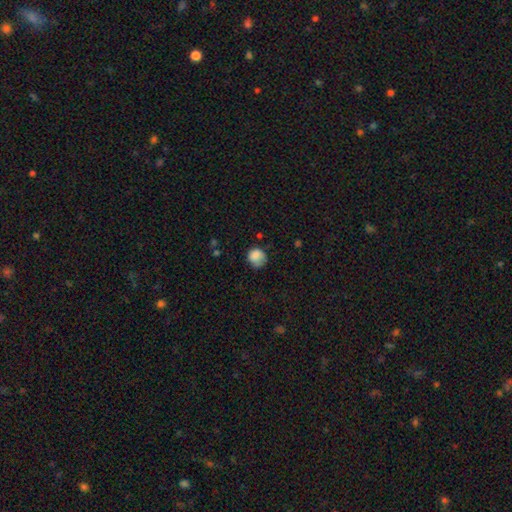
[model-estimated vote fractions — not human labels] Morphology: type=smooth (83%); roundness=round (80%); merging=none (56%).